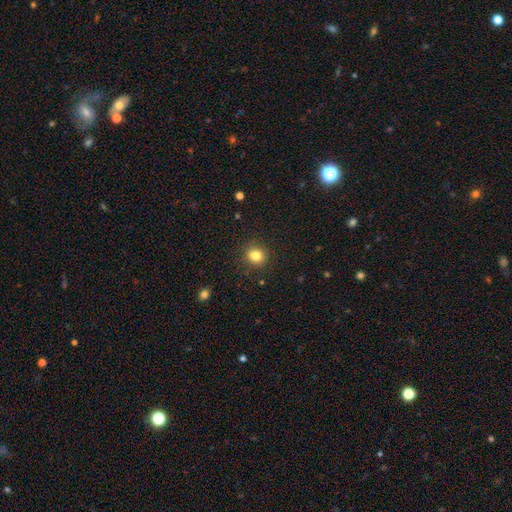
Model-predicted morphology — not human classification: A smooth galaxy with no disk features (83%) that is round (80%). Merging: none (89%).